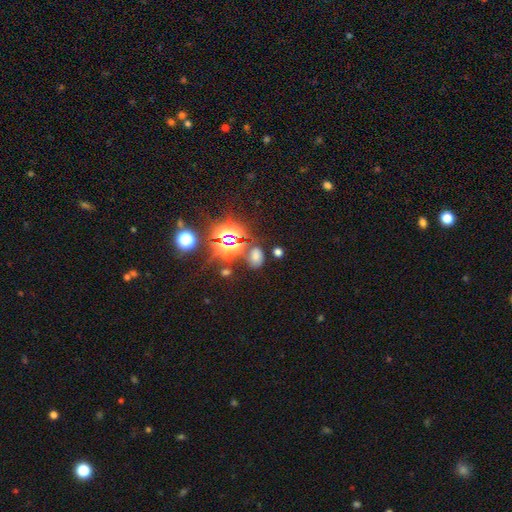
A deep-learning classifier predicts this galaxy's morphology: A smooth galaxy with no disk features (53%) that is in between round and cigar-shaped (81%). Merging: none (75%).